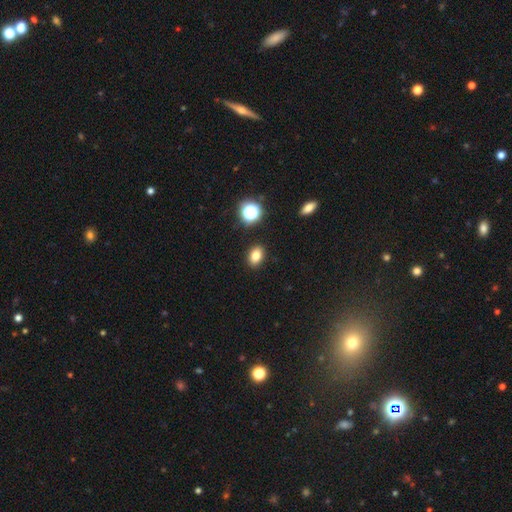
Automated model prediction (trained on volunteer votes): This is likely a smooth galaxy (80%). How rounded: likely in between (73%). Merging: clearly none (88%).